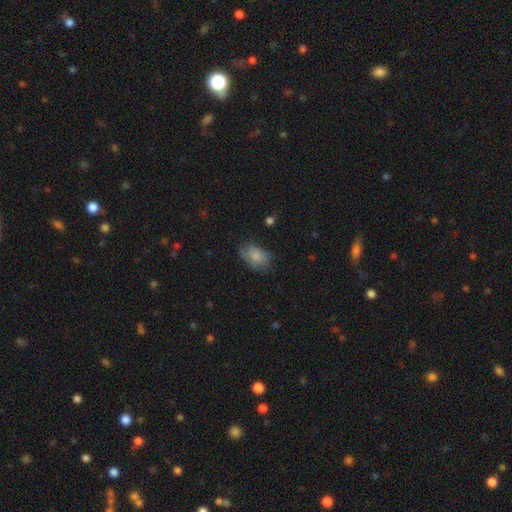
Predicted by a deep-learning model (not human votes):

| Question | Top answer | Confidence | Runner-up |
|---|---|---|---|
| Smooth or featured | smooth | 77% | featured or disk (15%) |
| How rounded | in between | 84% | round (14%) |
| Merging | none | 51% | minor disturbance (33%) |